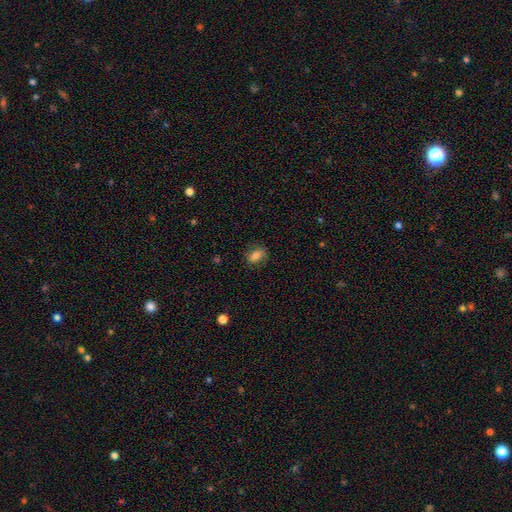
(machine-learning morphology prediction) Smooth or featured: smooth — 75% (featured or disk — 15%)
How rounded: in between — 75% (round — 23%)
Merging: none — 77% (minor disturbance — 16%)